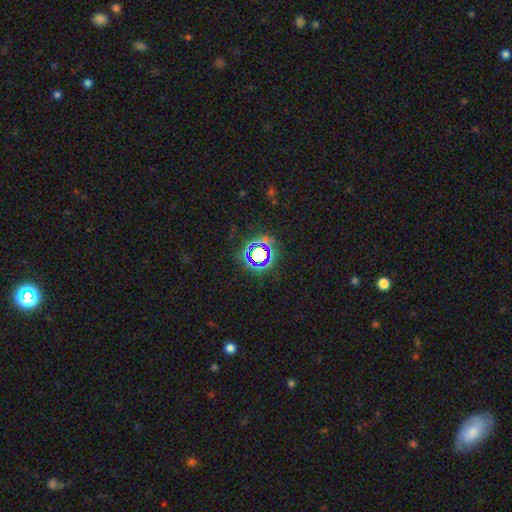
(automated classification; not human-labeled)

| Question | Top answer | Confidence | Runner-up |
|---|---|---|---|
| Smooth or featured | star or artifact | 69% | smooth (20%) |